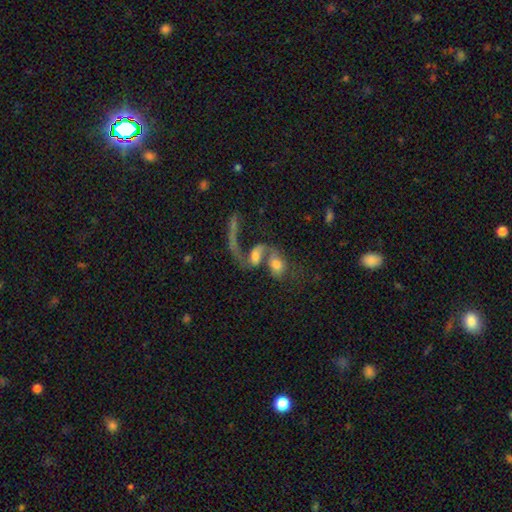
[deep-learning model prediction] Smooth or featured? featured or disk (47%)
Merging? merger (64%)